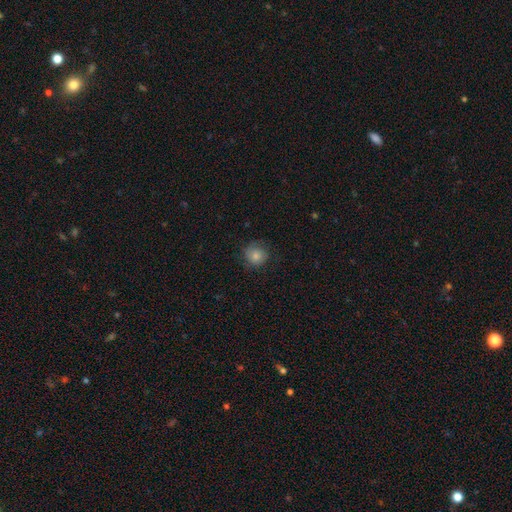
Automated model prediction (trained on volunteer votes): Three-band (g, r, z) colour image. It shows a smooth galaxy with no disk features (75%) that is round (88%). Merging: none (74%).